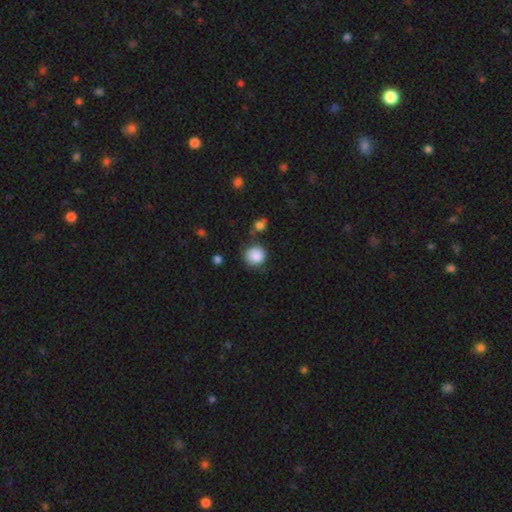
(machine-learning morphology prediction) Overall: smooth (87%). How rounded: round (89%). Merging: none (76%).